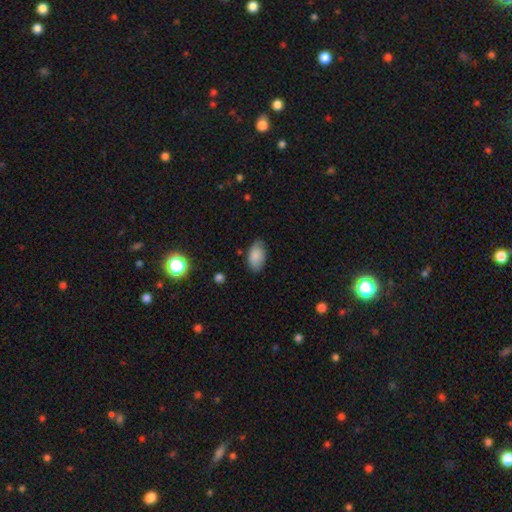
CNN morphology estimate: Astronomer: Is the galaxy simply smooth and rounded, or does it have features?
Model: smooth — 85%.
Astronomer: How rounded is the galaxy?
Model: in between — 94%.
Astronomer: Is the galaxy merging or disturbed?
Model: none — 76%.